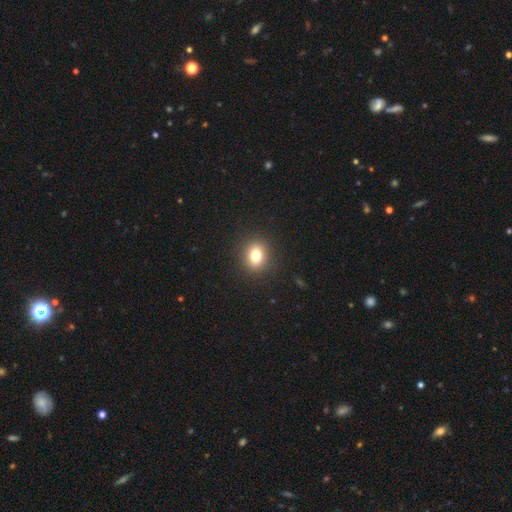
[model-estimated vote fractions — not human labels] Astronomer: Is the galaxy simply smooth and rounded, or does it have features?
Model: smooth — 79%.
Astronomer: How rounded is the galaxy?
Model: round — 57% (runner-up: in between, 42%).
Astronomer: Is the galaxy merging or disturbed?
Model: none — 90%.